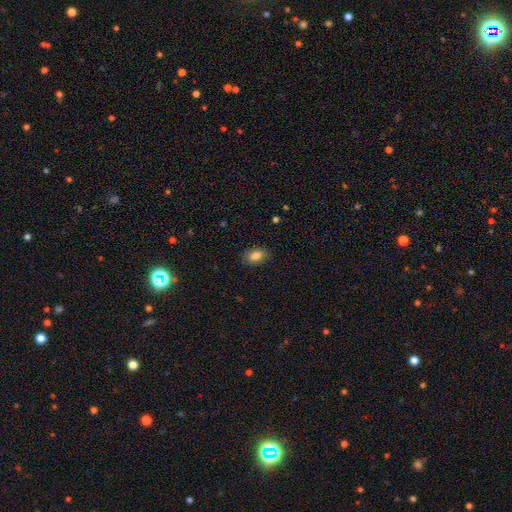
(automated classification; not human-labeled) smooth-or-featured: smooth: 84% | star or artifact: 9% | featured or disk: 7%
  how-rounded: in between: 87% | round: 11% | cigar-shaped: 2%
  merging: none: 83% | minor disturbance: 13% | major disturbance: 3% | merger: 1%